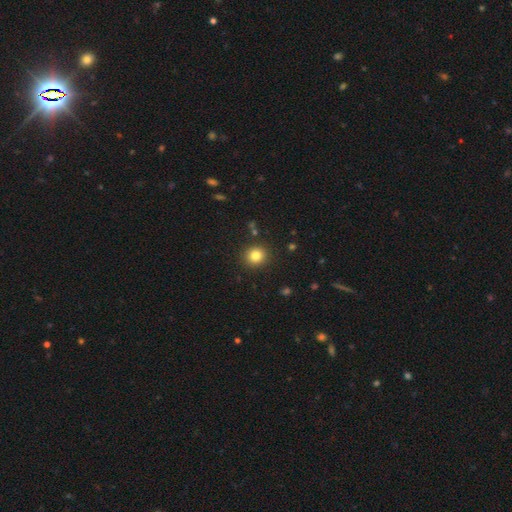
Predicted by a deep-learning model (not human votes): Q: Smooth or featured?
A: smooth (81%); runner-up: star or artifact (12%)
Q: How rounded?
A: round (87%); runner-up: in between (12%)
Q: Merging?
A: none (90%); runner-up: minor disturbance (6%)